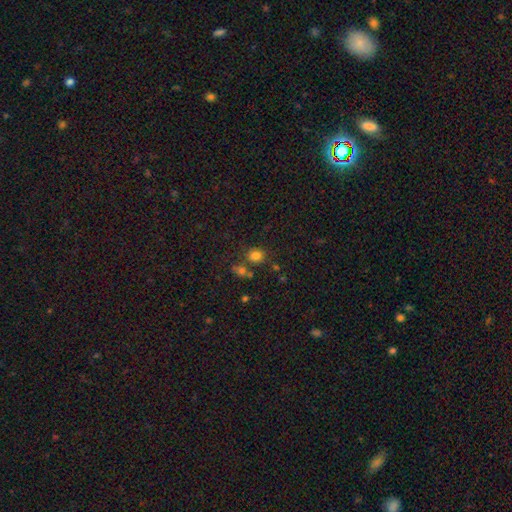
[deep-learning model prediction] This is likely a smooth galaxy (77%). How rounded: likely round (78%). Merging: likely none (72%).